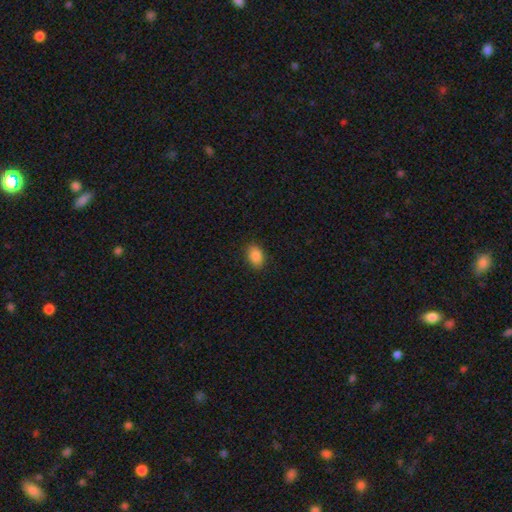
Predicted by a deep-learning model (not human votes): Overall: smooth (87%). How rounded: in between (84%). Merging: none (89%).